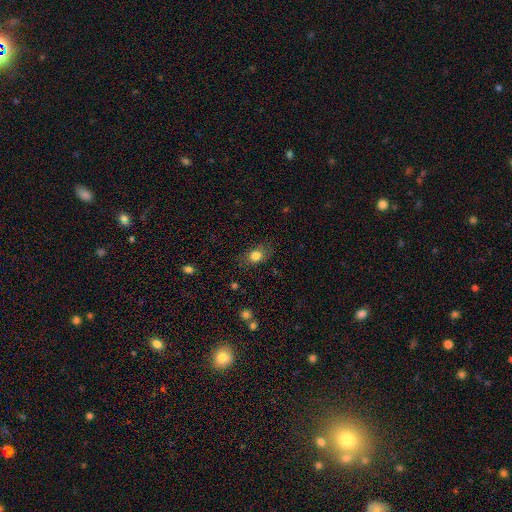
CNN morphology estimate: type=smooth (80%); roundness=in between (57%); merging=none (76%).